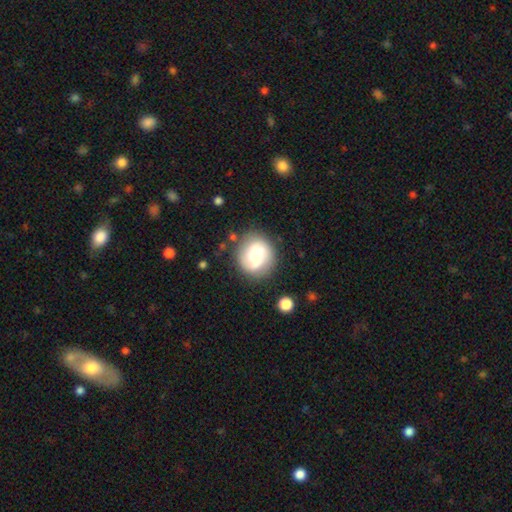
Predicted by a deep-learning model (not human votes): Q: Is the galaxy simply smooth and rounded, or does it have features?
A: smooth — 46%.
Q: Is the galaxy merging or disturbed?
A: none — 72%.